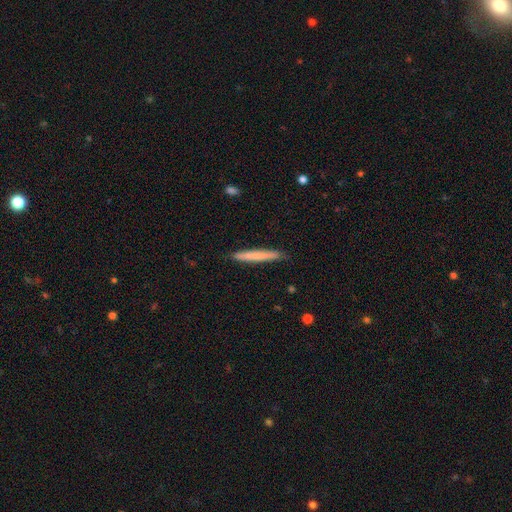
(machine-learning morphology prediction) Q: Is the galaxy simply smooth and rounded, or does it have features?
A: smooth — 69%.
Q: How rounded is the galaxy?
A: cigar-shaped — 97%.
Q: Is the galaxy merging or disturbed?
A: none — 88%.